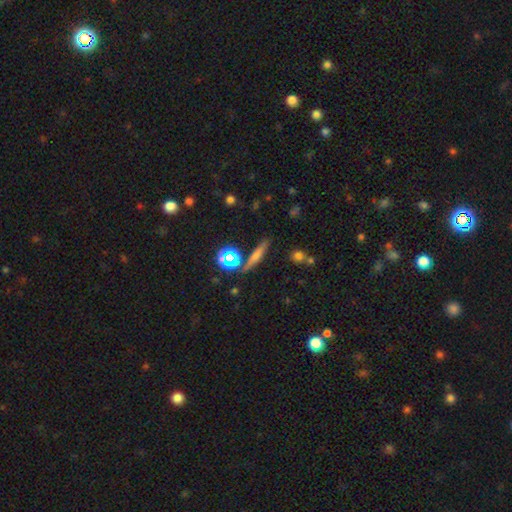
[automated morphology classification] Q: Smooth or featured?
A: smooth (44%); runner-up: featured or disk (39%)
Q: Merging?
A: none (82%); runner-up: minor disturbance (9%)